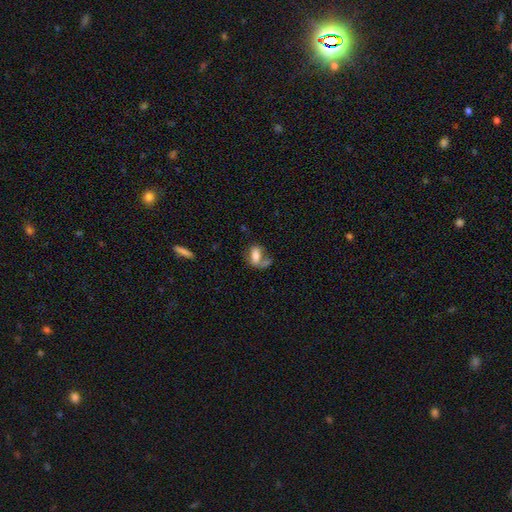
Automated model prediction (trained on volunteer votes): The model was most divided on "merging": none: 33%, major disturbance: 25%, merger: 23%, minor disturbance: 19%. More confident: how rounded — in between (84%); smooth or featured — smooth (66%).